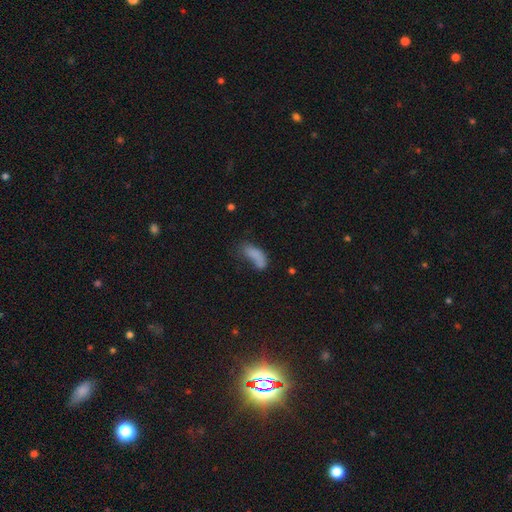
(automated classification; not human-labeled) smooth 75%, featured or disk 15%, star or artifact 11%. Down the decision tree: how rounded — in between (78%); merging — none (32%).